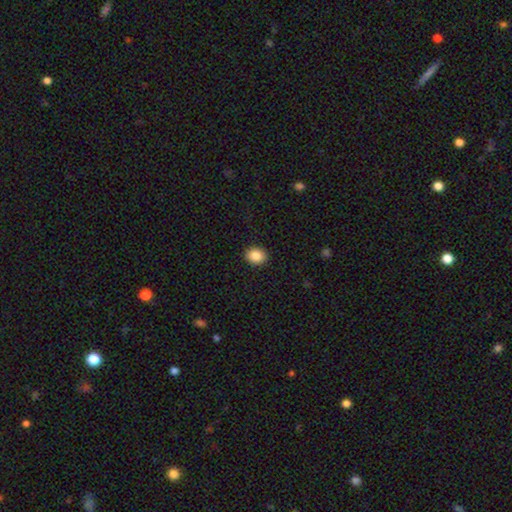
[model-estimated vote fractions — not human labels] A smooth galaxy with no disk features (87%) that is round (54%). Merging: none (91%).